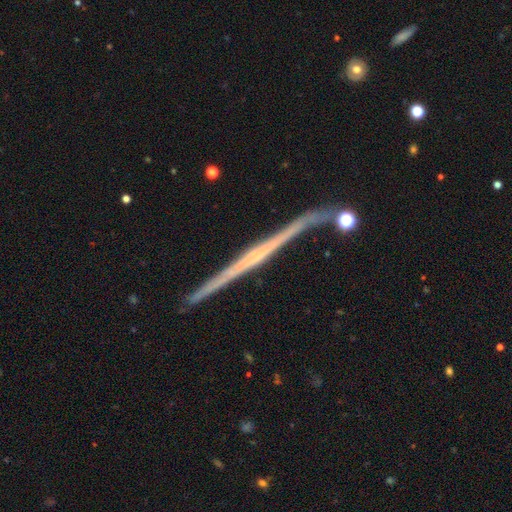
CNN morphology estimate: The model was most divided on "edge-on bulge": none: 57%, rounded: 31%, boxy: 12%. More confident: edge-on disk — yes (98%); merging — none (82%); smooth or featured — featured or disk (81%).